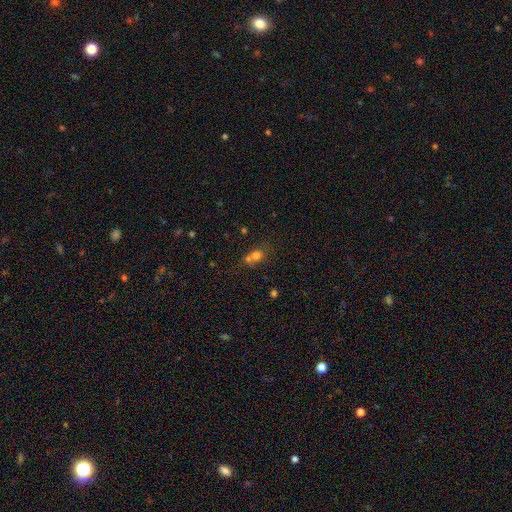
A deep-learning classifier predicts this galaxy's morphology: A smooth galaxy with no disk features (69%) that is round (73%). Merging: merger (46%).